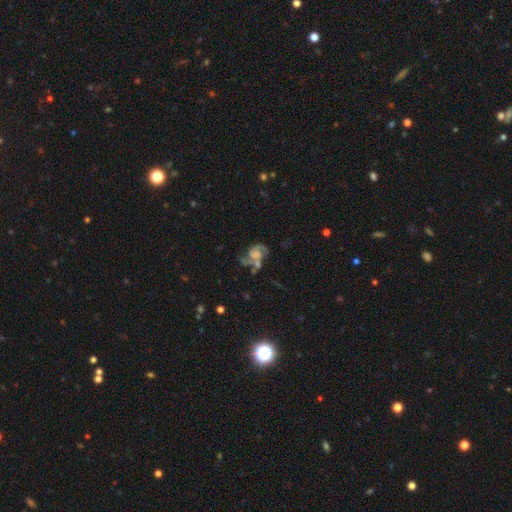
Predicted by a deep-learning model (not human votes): The model was most divided on "bulge size": none: 31%, moderate: 30%, small: 24%, large: 13%, dominant: 2%. Remaining: edge-on disk — no (98%); spiral arms — yes (87%); smooth or featured — featured or disk (75%); spiral arm count — 2 (71%); bar — no (62%); spiral winding — medium (47%); merging — none (35%).